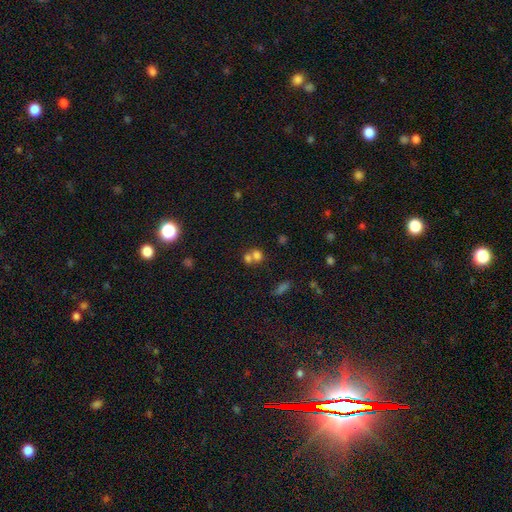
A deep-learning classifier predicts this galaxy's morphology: type=smooth (71%); roundness=round (67%); merging=merger (57%).